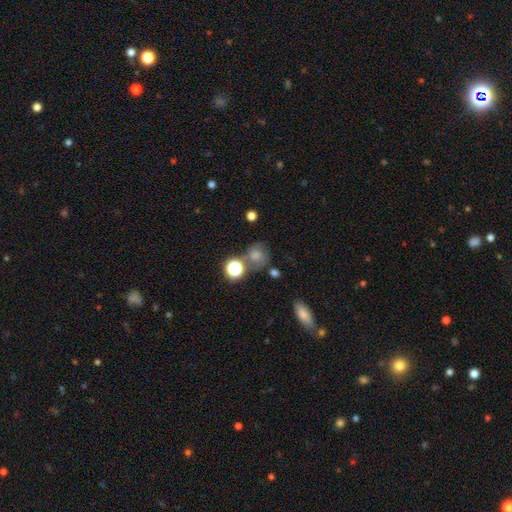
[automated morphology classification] This is likely a smooth galaxy (64%). How rounded: likely round (76%). Merging: possibly none (53%).